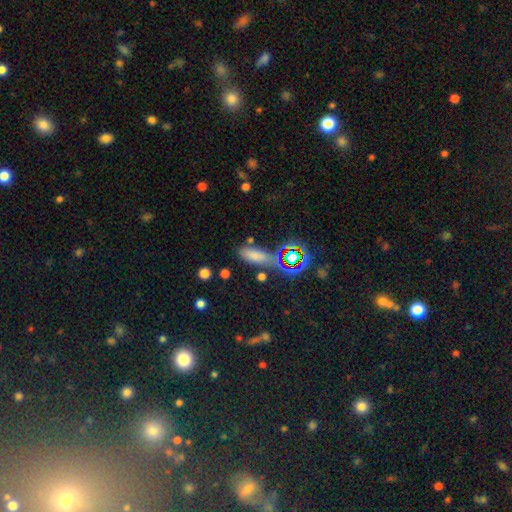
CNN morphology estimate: A smooth galaxy with no disk features (70%) that is in between round and cigar-shaped (57%). Merging: none (62%).